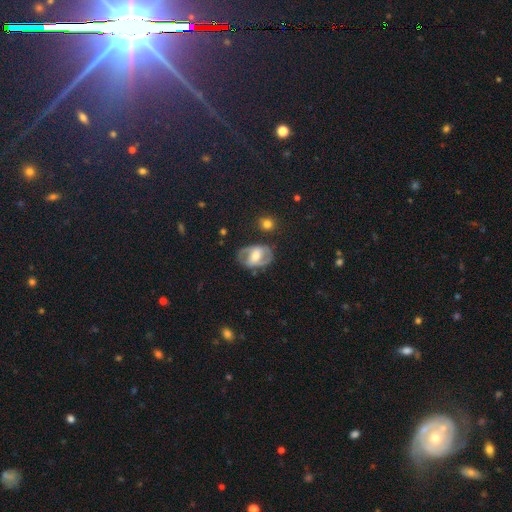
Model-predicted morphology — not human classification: A featured or disk galaxy (65%) with a weak bar (37%), spiral arms (61%) and a moderate central bulge (61%).

Vote fractions:
- Smooth or featured? featured or disk: 65% / smooth: 28% / star or artifact: 7%
- Edge-on disk? no: 94% / yes: 6%
- Bar? weak: 37% / strong: 35% / no: 28%
- Spiral arms? yes: 61% / no: 39%
- Bulge size? moderate: 61% / small: 22% / large: 14% / none: 2% / dominant: 2%
- Merging? none: 69% / minor disturbance: 19% / major disturbance: 9% / merger: 3%